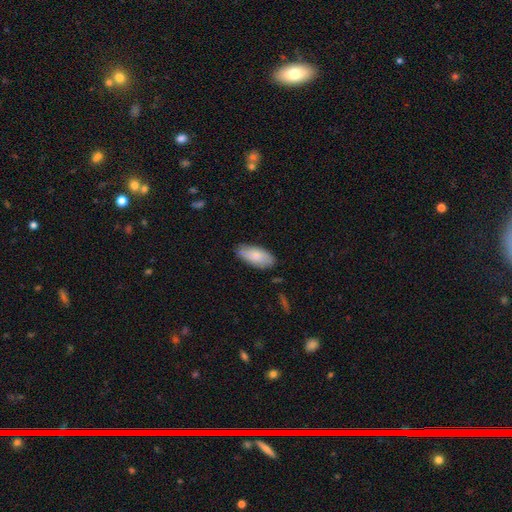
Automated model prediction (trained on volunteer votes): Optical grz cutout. It shows a smooth galaxy with no disk features (77%) that is in between round and cigar-shaped (89%). Merging: none (78%).